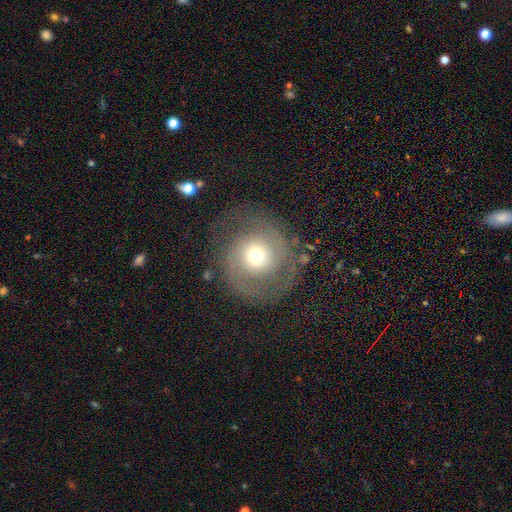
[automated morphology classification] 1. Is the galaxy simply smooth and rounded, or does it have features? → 61% featured or disk, 30% smooth, 9% star or artifact.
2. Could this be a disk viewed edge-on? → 97% no, 3% yes.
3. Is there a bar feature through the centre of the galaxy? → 80% no, 16% weak, 4% strong.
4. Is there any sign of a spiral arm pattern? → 80% yes, 20% no.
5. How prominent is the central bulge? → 62% moderate, 19% small, 14% large, 3% dominant, 1% none.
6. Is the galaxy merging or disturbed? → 63% none, 19% major disturbance, 16% minor disturbance, 2% merger.